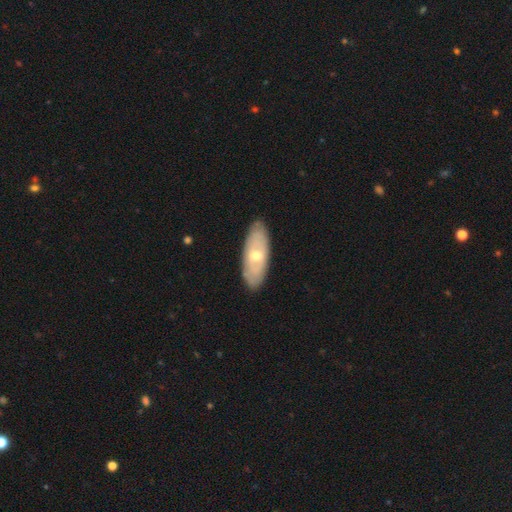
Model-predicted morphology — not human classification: Smooth or featured: featured or disk — 50% (smooth — 45%)
Merging: none — 87% (minor disturbance — 10%)